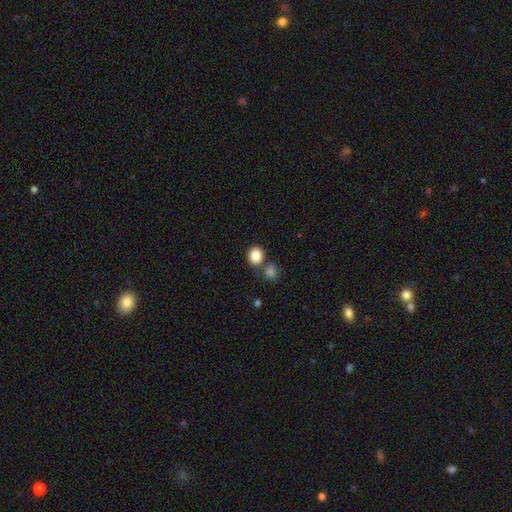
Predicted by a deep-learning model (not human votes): Morphology: type=smooth (85%); roundness=round (74%); merging=none (65%).